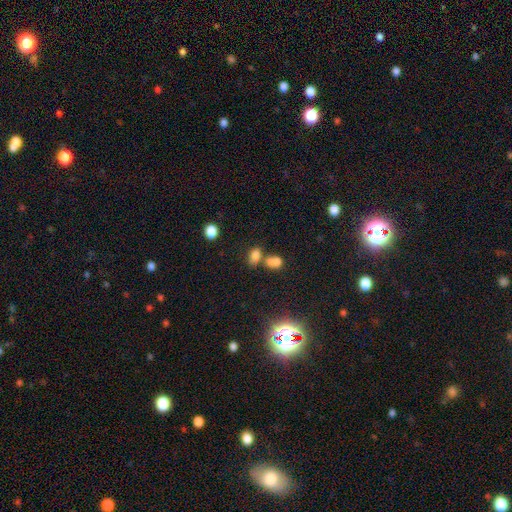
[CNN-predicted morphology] smooth-or-featured: smooth: 74% | star or artifact: 16% | featured or disk: 10%
  how-rounded: in between: 79% | round: 19% | cigar-shaped: 3%
  merging: merger: 47% | none: 36% | minor disturbance: 11% | major disturbance: 6%